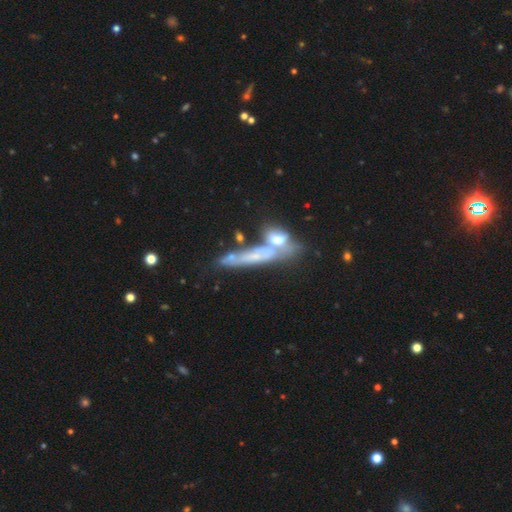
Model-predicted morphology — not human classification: type=featured or disk (52%); edge-on=yes (55%); merging=merger (39%).